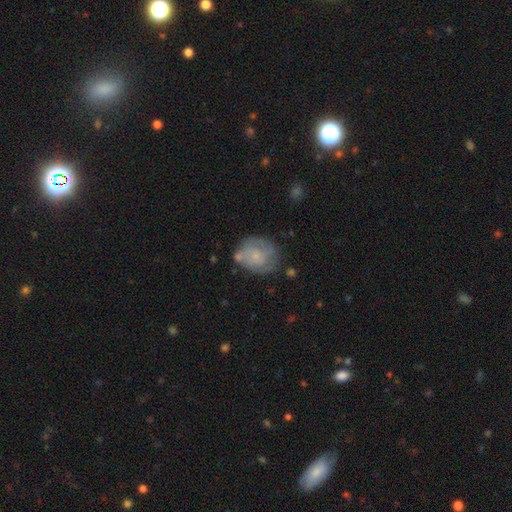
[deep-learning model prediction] This is possibly a smooth galaxy (53%). How rounded: likely round (62%). Merging: possibly none (56%).